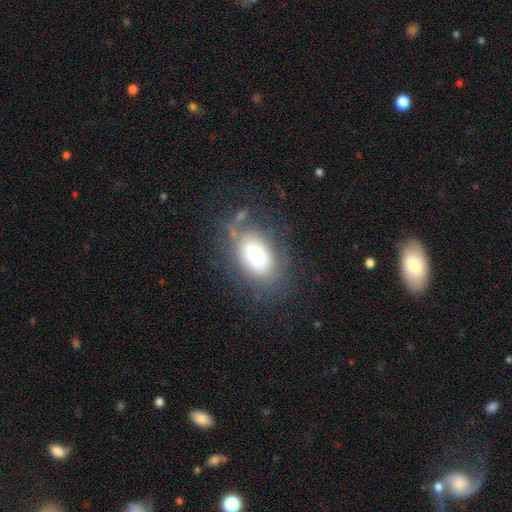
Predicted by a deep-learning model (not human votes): Smooth or featured? smooth (62%)
How rounded? in between (89%)
Merging? none (53%)